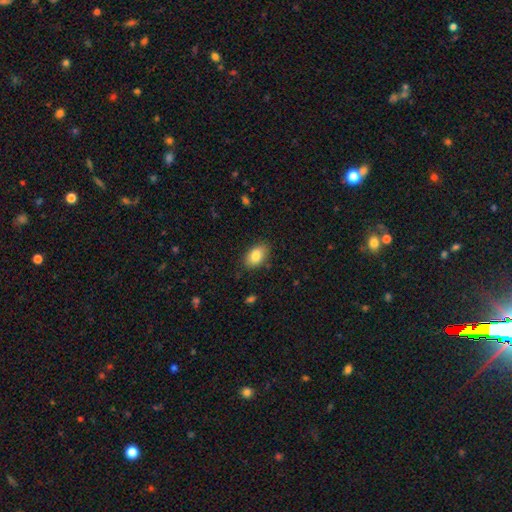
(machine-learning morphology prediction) Q: Smooth or featured?
A: smooth (84%); runner-up: featured or disk (9%)
Q: How rounded?
A: in between (89%); runner-up: round (9%)
Q: Merging?
A: none (84%); runner-up: minor disturbance (12%)